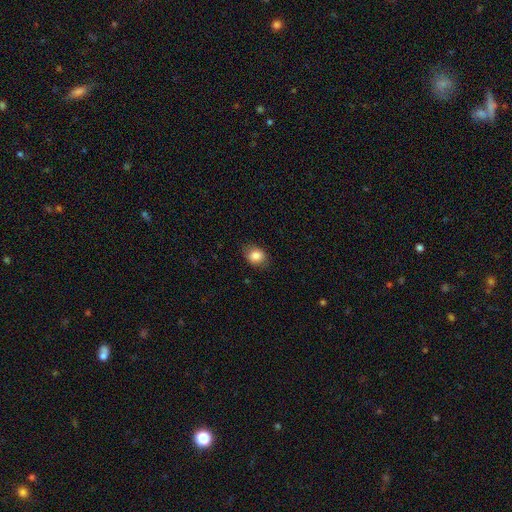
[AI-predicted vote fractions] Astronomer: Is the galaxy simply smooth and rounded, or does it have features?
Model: smooth — 84%.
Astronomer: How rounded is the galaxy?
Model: in between — 55% (runner-up: round, 44%).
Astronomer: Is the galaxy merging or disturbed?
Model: none — 79%.